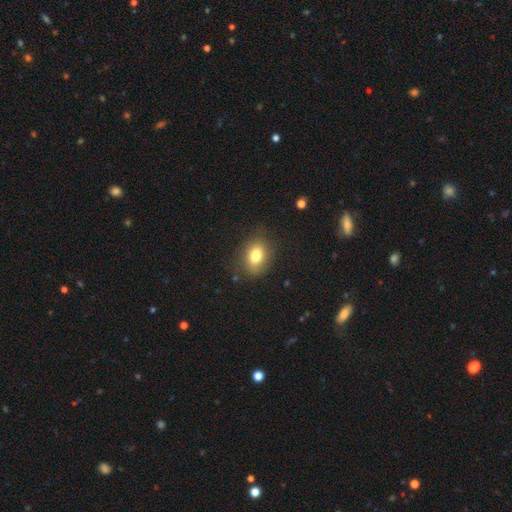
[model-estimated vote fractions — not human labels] This appears to be a smooth galaxy with no disk features (80%) that is in between round and cigar-shaped (70%). Merging: none (80%).